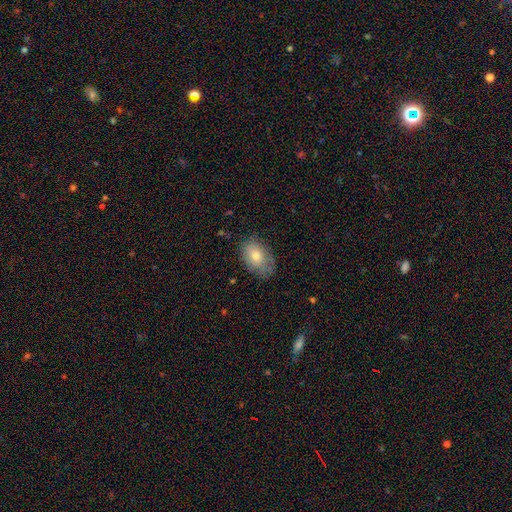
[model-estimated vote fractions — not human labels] Smooth or featured: smooth — 69% (featured or disk — 22%)
How rounded: in between — 85% (round — 13%)
Merging: none — 70% (minor disturbance — 23%)